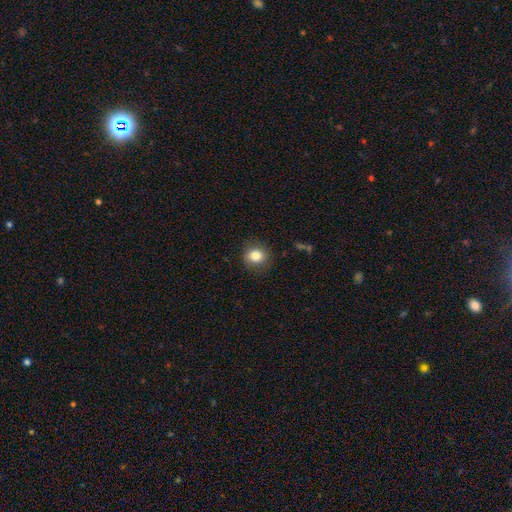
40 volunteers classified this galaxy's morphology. This is clearly a smooth galaxy (82%). How rounded: clearly round (85%). Merging: clearly none (83%).